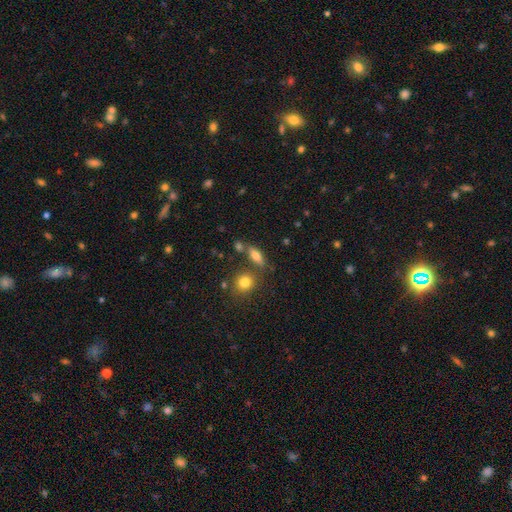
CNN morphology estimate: smooth 66%, featured or disk 23%, star or artifact 11%. Down the decision tree: how rounded — in between (58%); merging — none (70%).